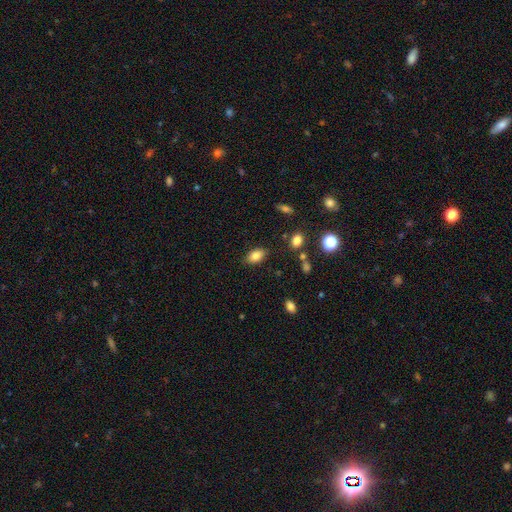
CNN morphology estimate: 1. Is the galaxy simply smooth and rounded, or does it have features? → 82% smooth, 9% star or artifact, 9% featured or disk.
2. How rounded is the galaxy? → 89% in between, 8% round, 3% cigar-shaped.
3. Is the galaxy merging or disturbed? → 84% none, 11% minor disturbance, 3% major disturbance, 2% merger.